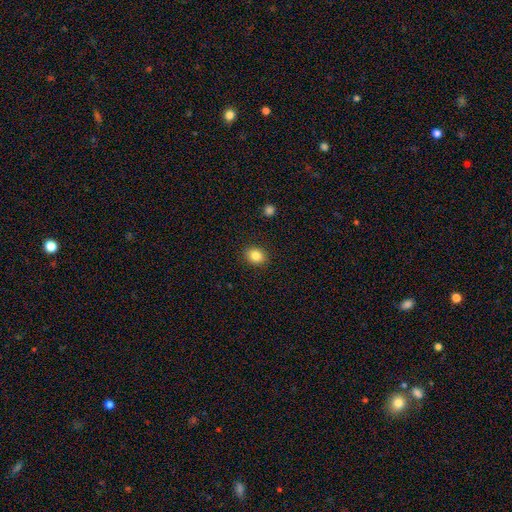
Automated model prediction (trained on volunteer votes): Overall: smooth (85%). How rounded: round (52%; in between 47%). Merging: none (90%).